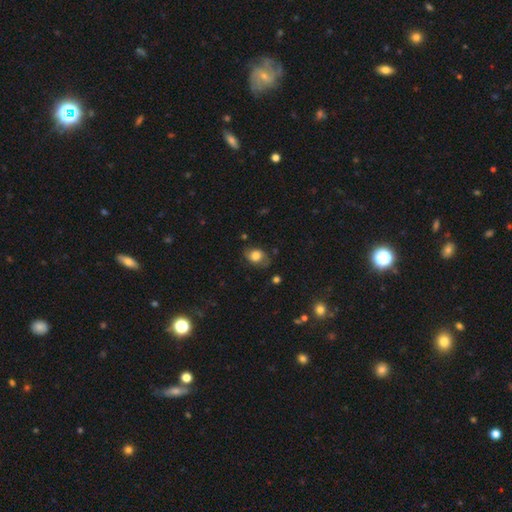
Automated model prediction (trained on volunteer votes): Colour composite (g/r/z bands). It shows a smooth galaxy with no disk features (64%) that is in between round and cigar-shaped (61%). Merging: none (66%).